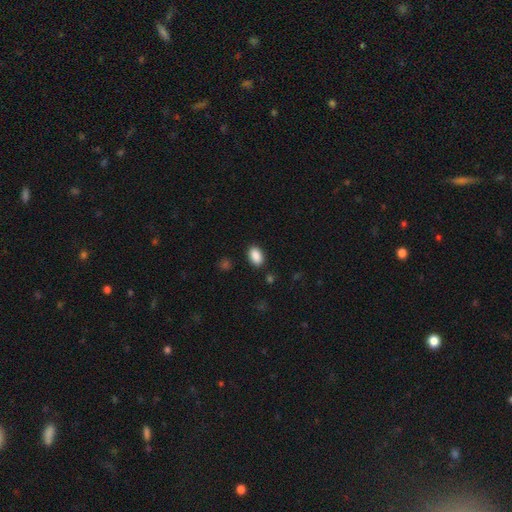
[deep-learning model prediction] Overall: smooth (89%). How rounded: in between (89%). Merging: none (87%).